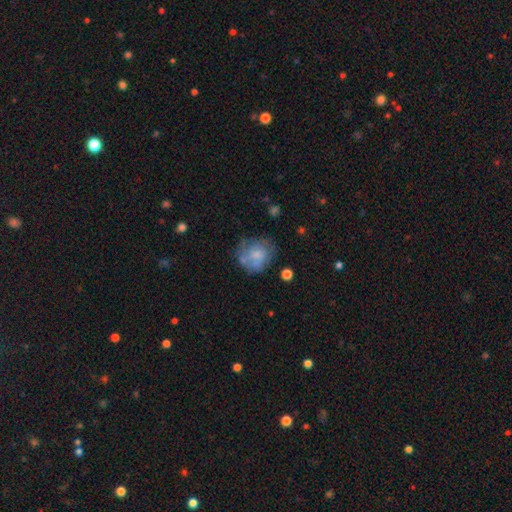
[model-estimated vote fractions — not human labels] Morphology: type=smooth (56%); roundness=round (74%); merging=none (51%).